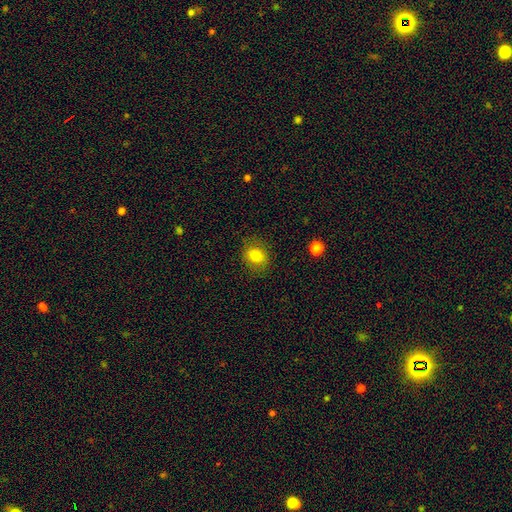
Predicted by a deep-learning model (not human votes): Smooth or featured: smooth — 80% (star or artifact — 10%)
How rounded: round — 58% (in between — 41%)
Merging: none — 82% (minor disturbance — 13%)